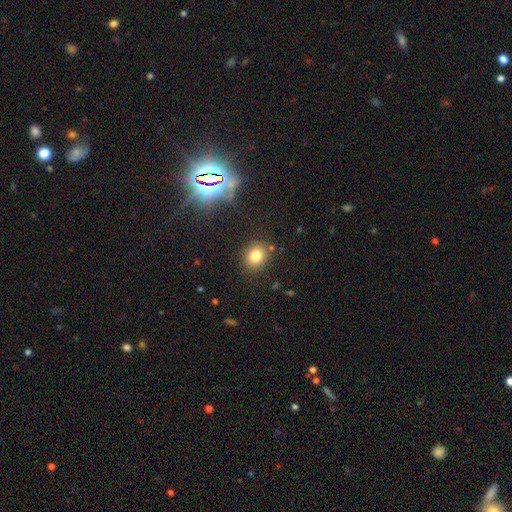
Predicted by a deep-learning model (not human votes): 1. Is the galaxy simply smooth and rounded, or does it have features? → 79% smooth, 13% star or artifact, 8% featured or disk.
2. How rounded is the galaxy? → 70% round, 29% in between, 1% cigar-shaped.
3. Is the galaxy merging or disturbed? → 85% none, 9% minor disturbance, 3% merger, 3% major disturbance.